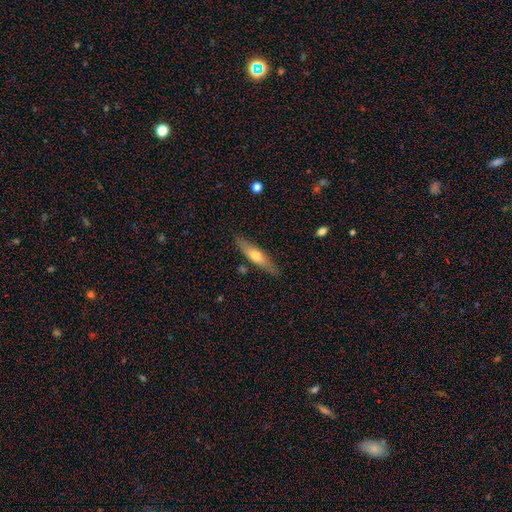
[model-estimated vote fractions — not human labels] This appears to be a smooth galaxy with no disk features (51%) that is cigar-shaped (77%). Merging: none (84%).